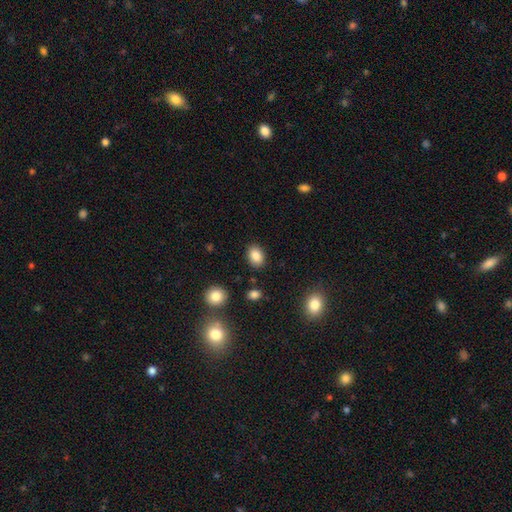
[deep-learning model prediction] This appears to be a smooth galaxy with no disk features (86%) that is in between round and cigar-shaped (77%). Merging: none (86%).